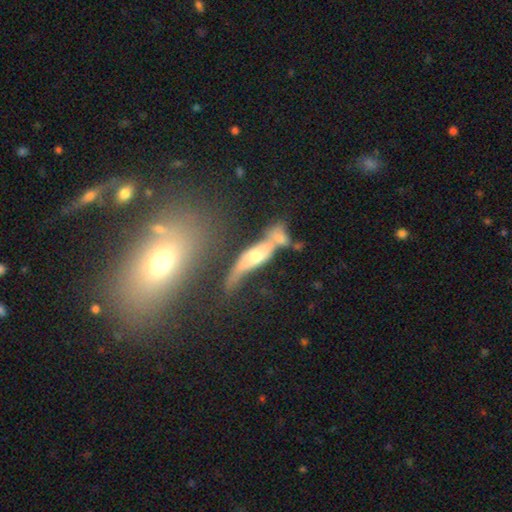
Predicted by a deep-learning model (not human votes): The model was most divided on "merging": merger: 35%, none: 33%, minor disturbance: 17%, major disturbance: 15%. More confident: smooth or featured — featured or disk (63%); edge-on disk — yes (61%).